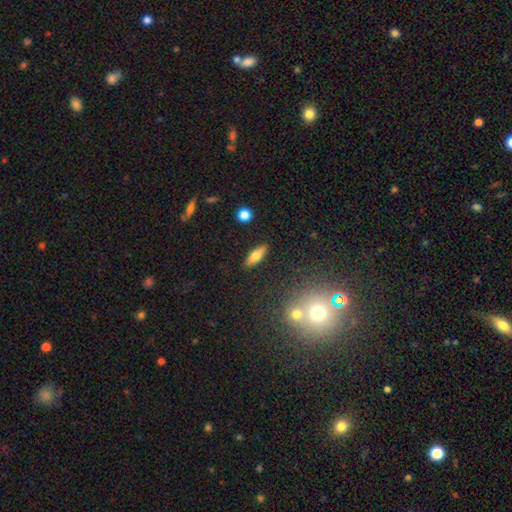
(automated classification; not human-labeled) This appears to be a smooth galaxy with no disk features (72%) that is in between round and cigar-shaped (68%). Merging: none (88%).